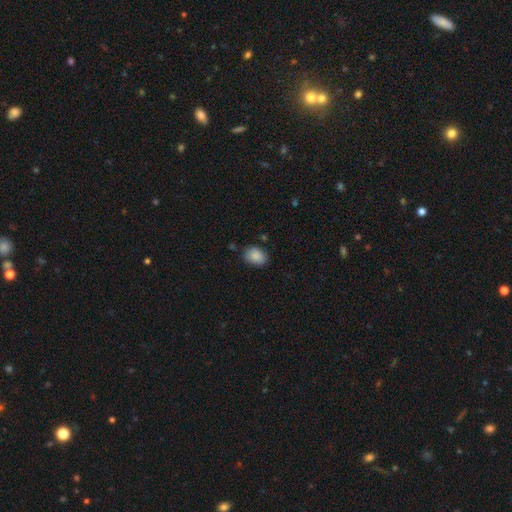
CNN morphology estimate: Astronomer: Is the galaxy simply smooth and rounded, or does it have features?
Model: smooth — 88%.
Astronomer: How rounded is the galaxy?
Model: in between — 71%.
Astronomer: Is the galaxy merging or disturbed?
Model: none — 80%.